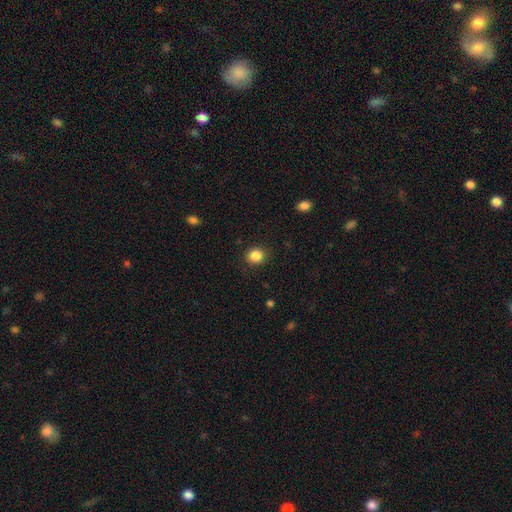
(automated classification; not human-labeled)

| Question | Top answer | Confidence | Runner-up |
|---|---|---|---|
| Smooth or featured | smooth | 86% | star or artifact (11%) |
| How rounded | round | 81% | in between (18%) |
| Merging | none | 90% | minor disturbance (7%) |